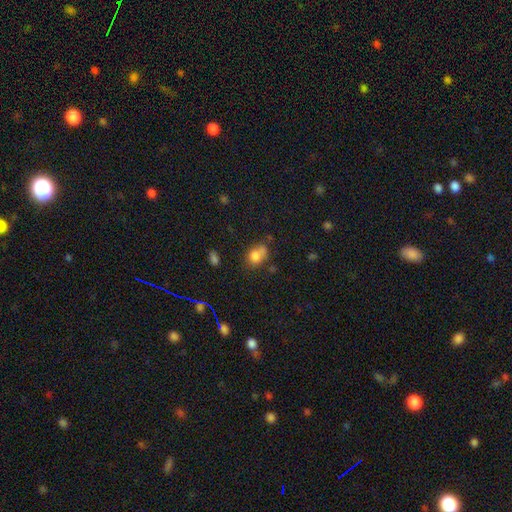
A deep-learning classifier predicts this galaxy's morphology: Q: Smooth or featured?
A: smooth (77%); runner-up: star or artifact (12%)
Q: How rounded?
A: in between (57%); runner-up: round (42%)
Q: Merging?
A: none (43%); runner-up: minor disturbance (25%)